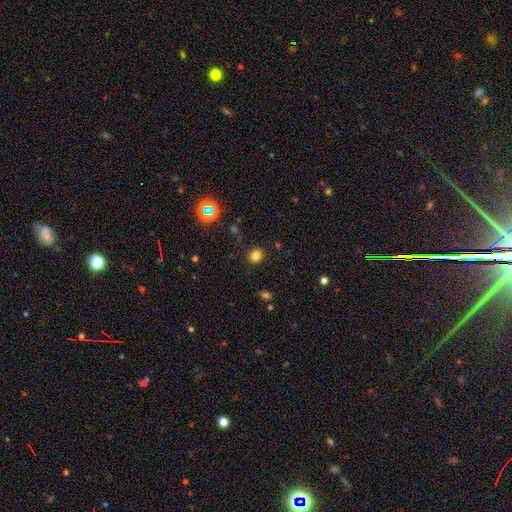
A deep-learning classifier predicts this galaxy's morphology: Overall: smooth (79%). How rounded: round (79%). Merging: none (88%).